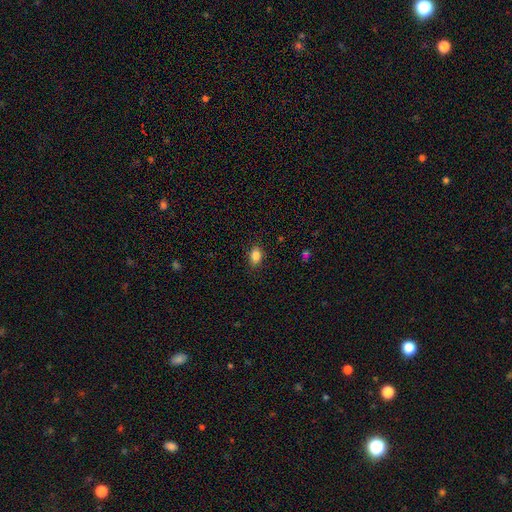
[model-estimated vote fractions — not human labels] A smooth galaxy with no disk features (85%) that is in between round and cigar-shaped (79%). Merging: none (86%).